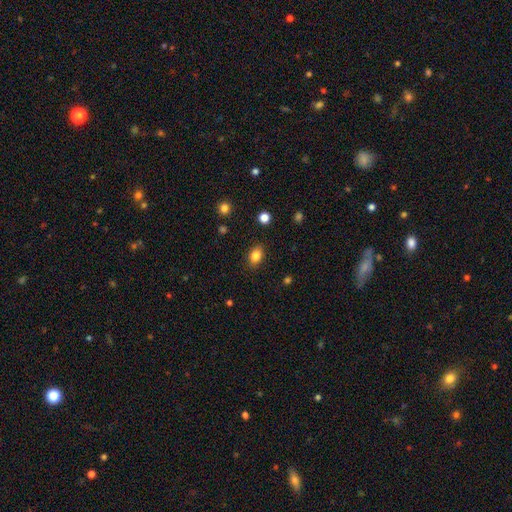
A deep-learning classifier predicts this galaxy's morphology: smooth 84%, star or artifact 10%, featured or disk 6%. Down the decision tree: how rounded — in between (74%); merging — none (86%).